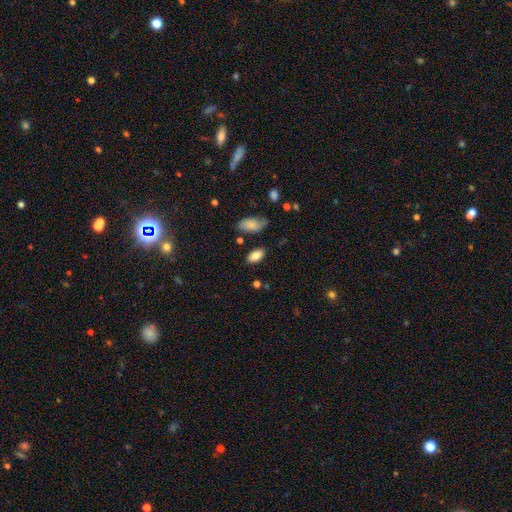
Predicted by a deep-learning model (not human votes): Smooth or featured: smooth — 84% (featured or disk — 8%)
How rounded: in between — 93% (round — 4%)
Merging: none — 81% (minor disturbance — 12%)